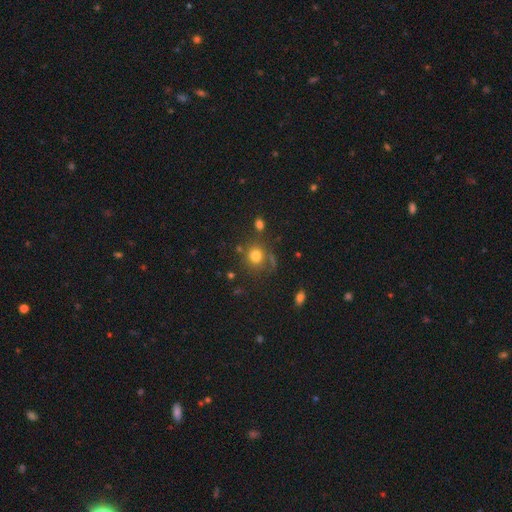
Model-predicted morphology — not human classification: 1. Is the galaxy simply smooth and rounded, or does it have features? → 76% smooth, 15% star or artifact, 9% featured or disk.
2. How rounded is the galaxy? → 85% round, 14% in between, 1% cigar-shaped.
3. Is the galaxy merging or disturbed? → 69% none, 14% minor disturbance, 9% merger, 7% major disturbance.